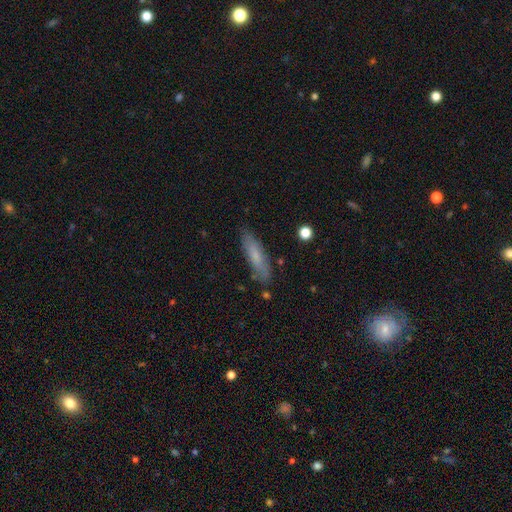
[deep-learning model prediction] Morphology: type=smooth (63%); roundness=cigar-shaped (68%); merging=none (80%).